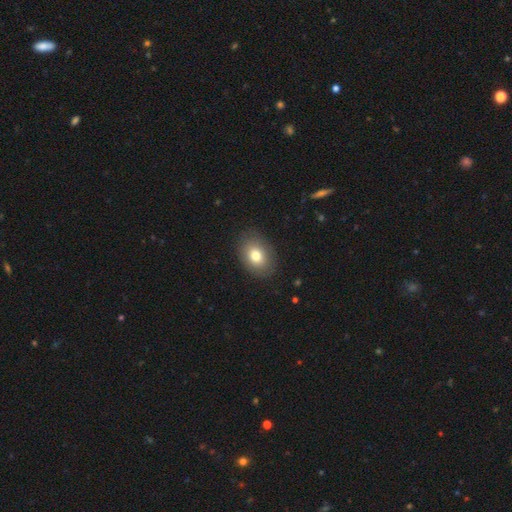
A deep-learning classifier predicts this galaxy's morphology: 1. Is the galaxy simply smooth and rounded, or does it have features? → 78% smooth, 13% featured or disk, 9% star or artifact.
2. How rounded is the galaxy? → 73% in between, 26% round, 1% cigar-shaped.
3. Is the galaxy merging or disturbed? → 86% none, 10% minor disturbance, 3% major disturbance, 1% merger.